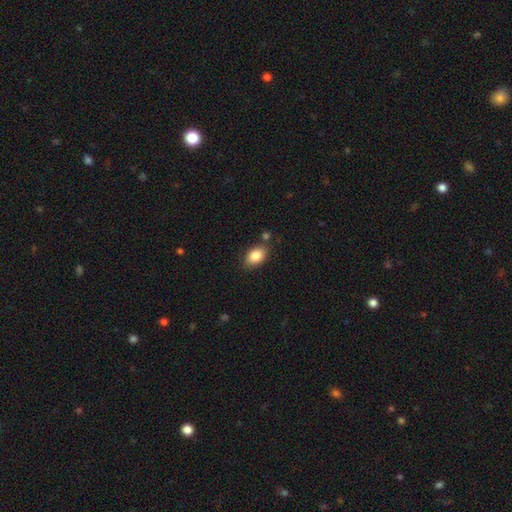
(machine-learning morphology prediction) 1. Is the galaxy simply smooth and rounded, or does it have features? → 85% smooth, 8% star or artifact, 7% featured or disk.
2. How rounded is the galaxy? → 85% in between, 13% round, 1% cigar-shaped.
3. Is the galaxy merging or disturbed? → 79% none, 13% minor disturbance, 6% merger, 3% major disturbance.